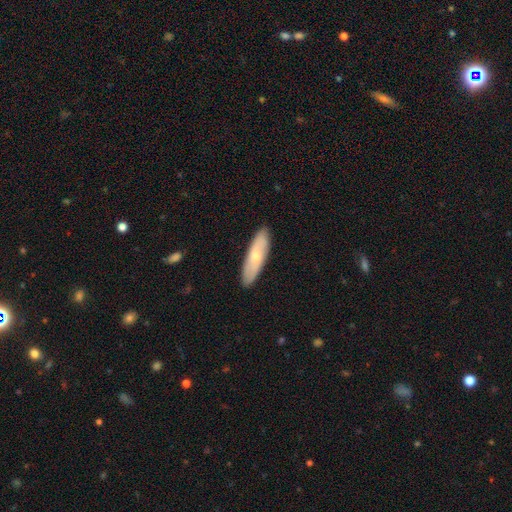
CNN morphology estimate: A smooth galaxy with no disk features (61%) that is cigar-shaped (59%). Merging: none (88%).